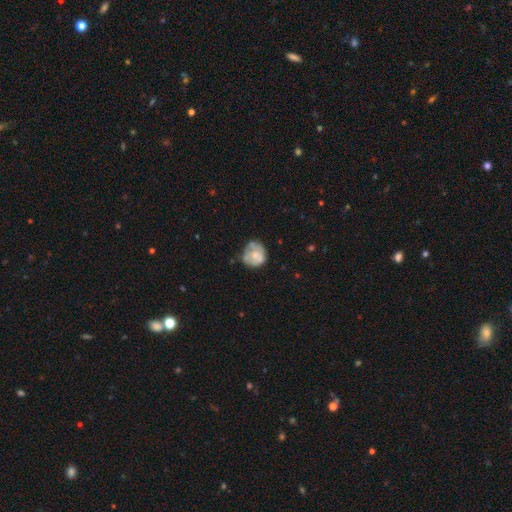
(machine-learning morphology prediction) smooth 54%, featured or disk 38%, star or artifact 8%. Down the decision tree: how rounded — round (79%); merging — none (53%).